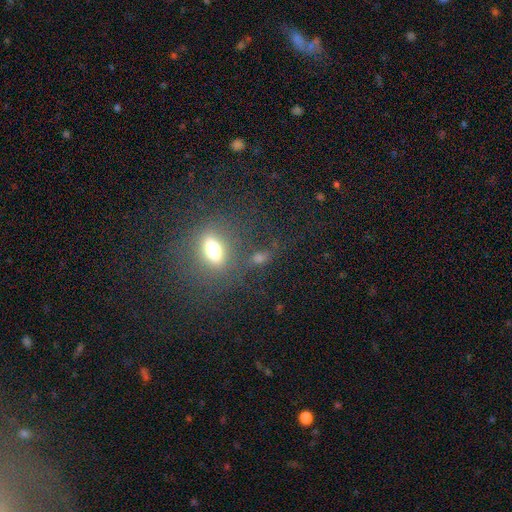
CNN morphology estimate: Smooth or featured? smooth (52%)
How rounded? in between (48%)
Merging? none (72%)